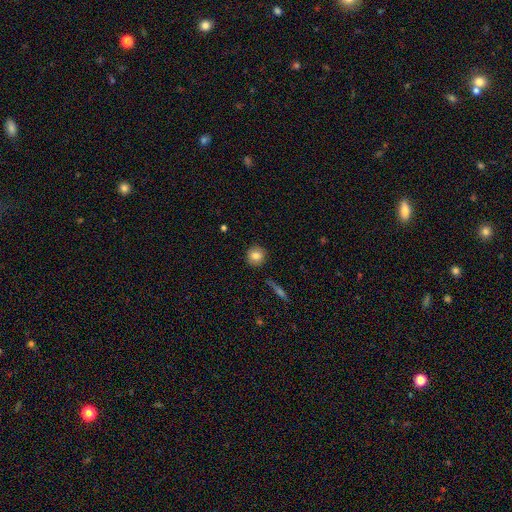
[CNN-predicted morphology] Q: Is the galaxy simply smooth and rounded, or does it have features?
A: smooth — 81%.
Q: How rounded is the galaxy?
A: round — 92%.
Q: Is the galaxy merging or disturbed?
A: none — 90%.